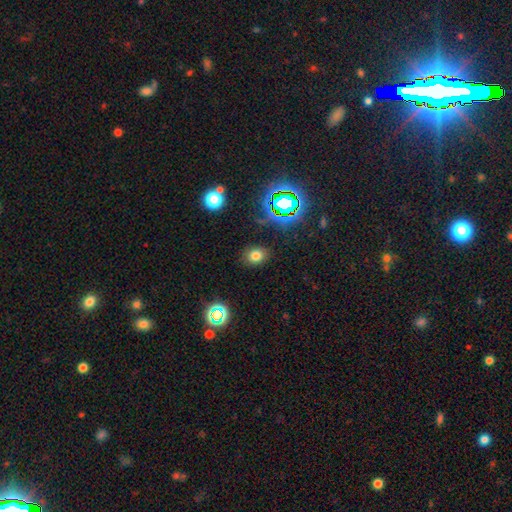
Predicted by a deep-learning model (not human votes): Overall: smooth (72%). How rounded: in between (56%; round 42%). Merging: none (86%).